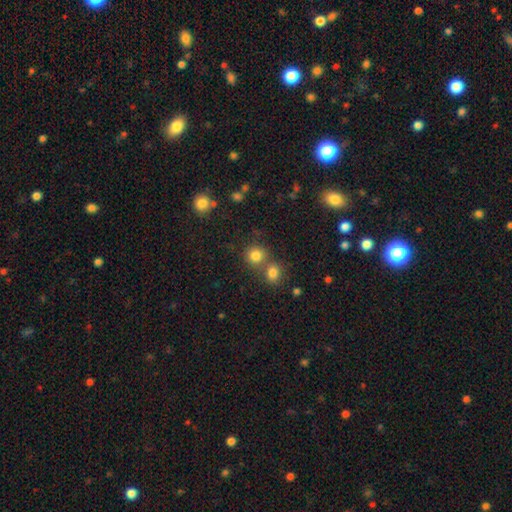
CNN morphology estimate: Smooth or featured?
  - smooth: 80% *
  - star or artifact: 14%
  - featured or disk: 6%
How rounded?
  - round: 86% *
  - in between: 13%
  - cigar-shaped: 1%
Merging?
  - none: 59% *
  - merger: 31%
  - minor disturbance: 7%
  - major disturbance: 3%